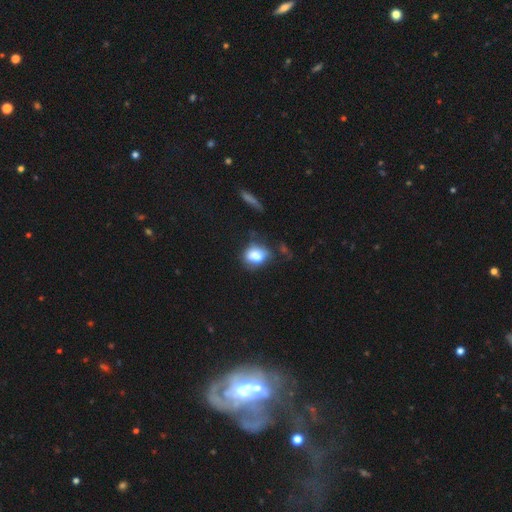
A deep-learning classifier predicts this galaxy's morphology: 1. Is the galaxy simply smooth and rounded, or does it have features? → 77% smooth, 13% featured or disk, 10% star or artifact.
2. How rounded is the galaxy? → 60% in between, 38% round, 2% cigar-shaped.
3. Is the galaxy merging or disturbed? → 48% none, 29% minor disturbance, 15% major disturbance, 9% merger.